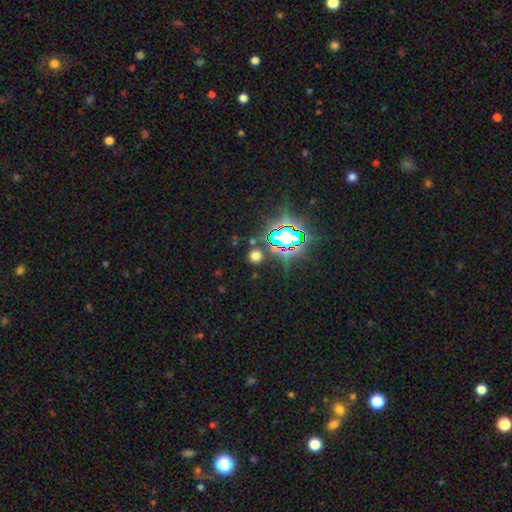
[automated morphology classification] A smooth galaxy with no disk features (55%) that is round (88%).

Vote fractions:
- Smooth or featured? smooth: 55% / star or artifact: 38% / featured or disk: 7%
- How rounded? round: 88% / in between: 11% / cigar-shaped: 1%
- Merging? none: 83% / minor disturbance: 8% / merger: 5% / major disturbance: 4%